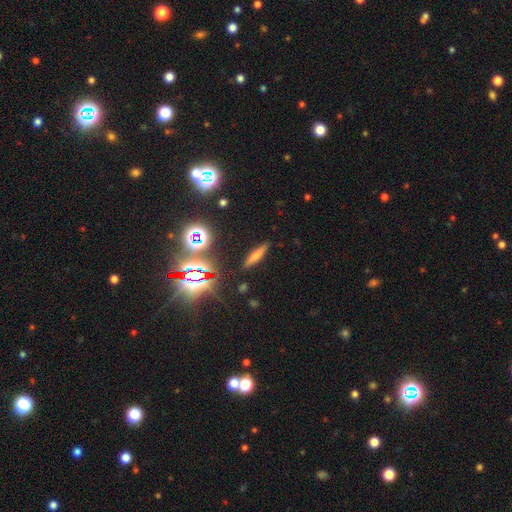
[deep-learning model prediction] Morphology: type=smooth (55%); roundness=cigar-shaped (82%); merging=none (88%).